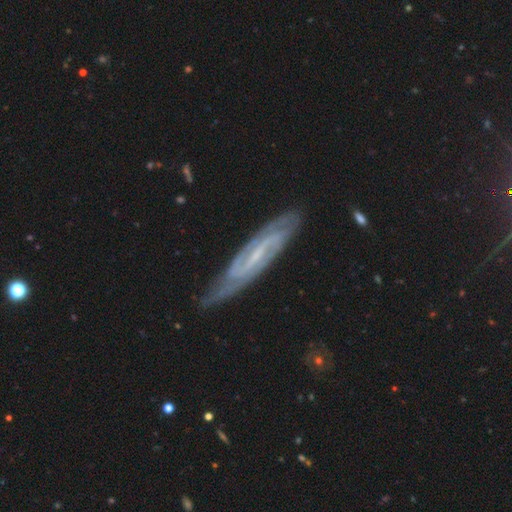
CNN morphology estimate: type=featured or disk (84%); edge-on=no (76%); bar=weak (44%); spiral arms=yes (95%); winding=tight (44%); arm count=2 (67%); bulge=small (71%); merging=none (74%).